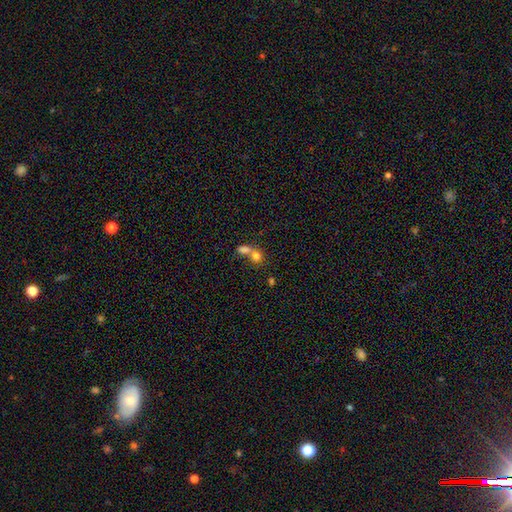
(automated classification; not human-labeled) Overall: smooth (76%). How rounded: round (60%; in between 38%). Merging: merger (65%).